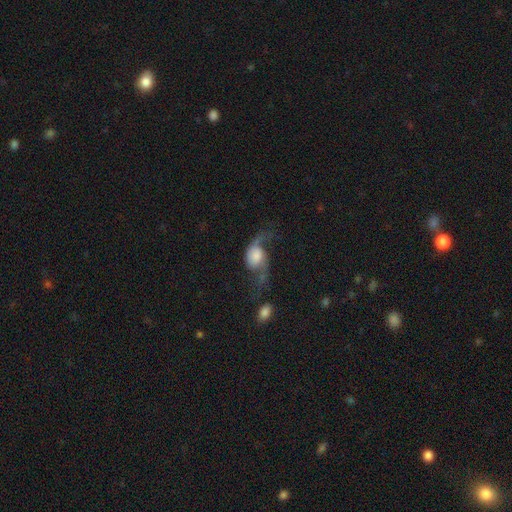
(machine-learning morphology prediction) Overall: featured or disk (68%). Edge-on disk: no (96%). Bar: no (69%). Spiral arms: yes (91%). Spiral arm count: 2 (86%). Spiral winding: loose (86%). Bulge size: large (34%; dominant 21%). Merging: major disturbance (39%; none 33%).